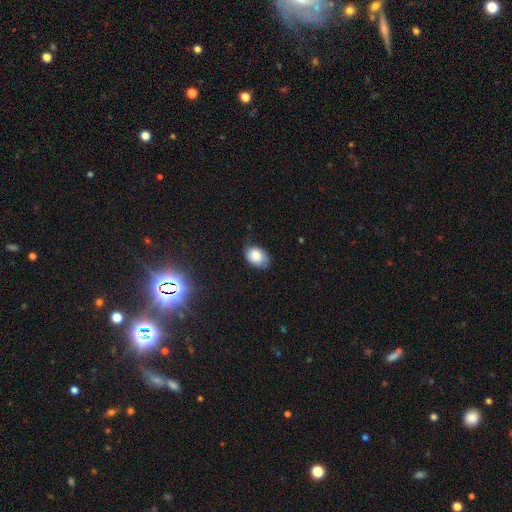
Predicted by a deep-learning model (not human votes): Overall: smooth (82%). How rounded: in between (82%). Merging: none (67%; minor disturbance 27%).